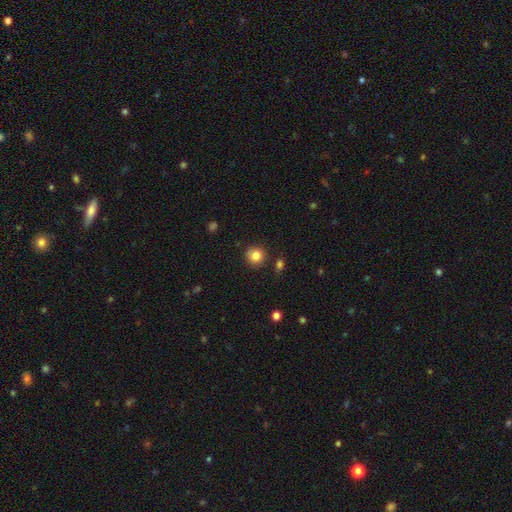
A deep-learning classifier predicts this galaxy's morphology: This appears to be a smooth galaxy with no disk features (83%) that is round (91%). Merging: none (84%).